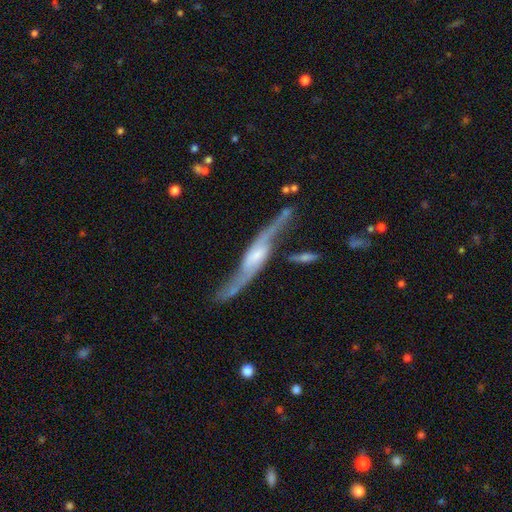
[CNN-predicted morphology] The model was most divided on "bulge size": small: 38%, moderate: 33%, none: 16%, large: 10%, dominant: 2%. Remaining: spiral arms — yes (92%); smooth or featured — featured or disk (87%); merging — none (60%); edge-on disk — no (59%); bar — weak (41%).